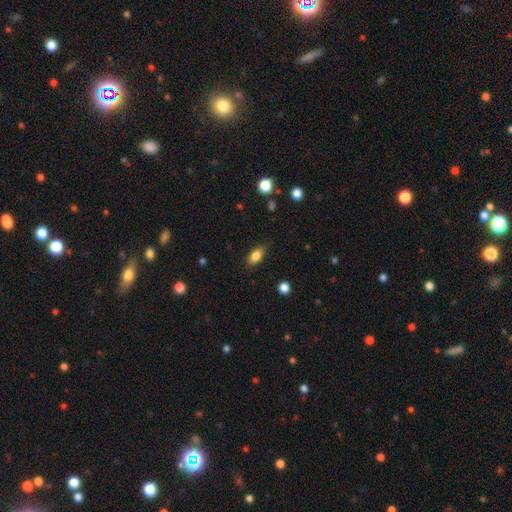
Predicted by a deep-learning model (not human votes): smooth-or-featured: smooth: 83% | star or artifact: 8% | featured or disk: 8%
  how-rounded: in between: 86% | round: 8% | cigar-shaped: 7%
  merging: none: 81% | minor disturbance: 14% | major disturbance: 3% | merger: 1%